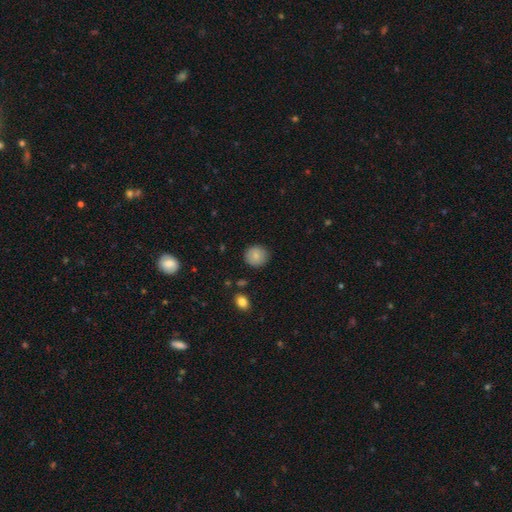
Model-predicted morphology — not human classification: Smooth or featured? Predicted: smooth (p=0.82). How rounded? Predicted: round (p=0.89). Merging? Predicted: none (p=0.87).